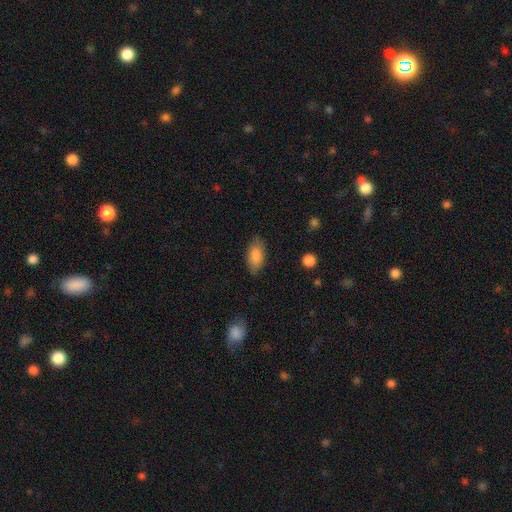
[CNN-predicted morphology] smooth_or_featured: smooth (p=0.85) [alt: featured or disk p=0.09]
how_rounded: in between (p=0.91) [alt: cigar-shaped p=0.06]
merging: none (p=0.81) [alt: minor disturbance p=0.14]